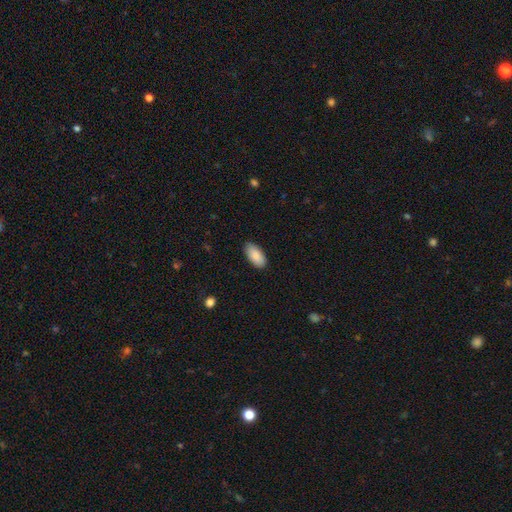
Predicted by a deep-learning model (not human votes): This is clearly a smooth galaxy (89%). How rounded: clearly in between (94%). Merging: clearly none (88%).